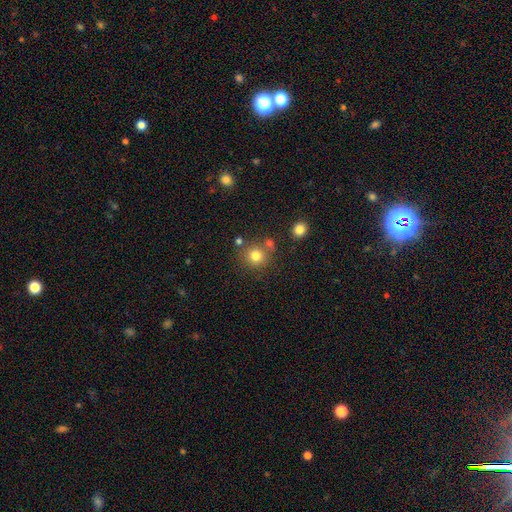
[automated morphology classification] Smooth or featured?
  - smooth: 77% *
  - star or artifact: 14%
  - featured or disk: 9%
How rounded?
  - round: 91% *
  - in between: 8%
  - cigar-shaped: 1%
Merging?
  - none: 74% *
  - merger: 13%
  - minor disturbance: 9%
  - major disturbance: 4%